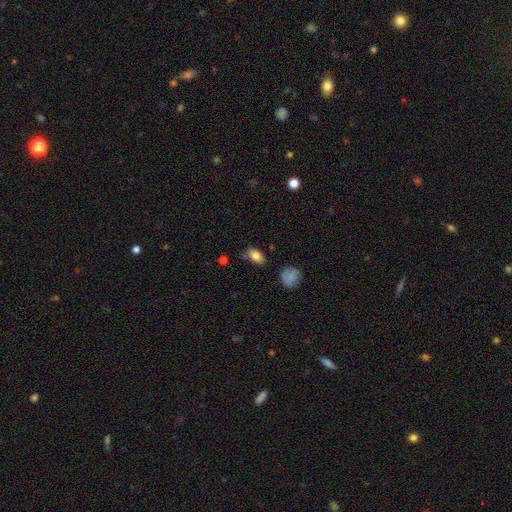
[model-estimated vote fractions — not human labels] Smooth or featured? smooth (84%)
How rounded? in between (88%)
Merging? none (65%)